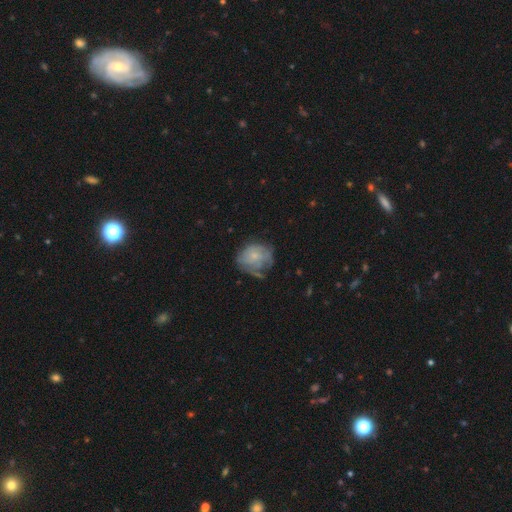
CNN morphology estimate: type=featured or disk (47%); merging=none (47%).